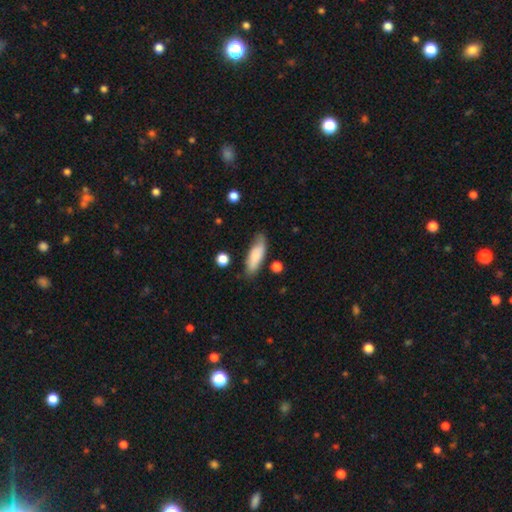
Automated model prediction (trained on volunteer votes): Overall: smooth (77%). How rounded: in between (57%; cigar-shaped 40%). Merging: none (72%).